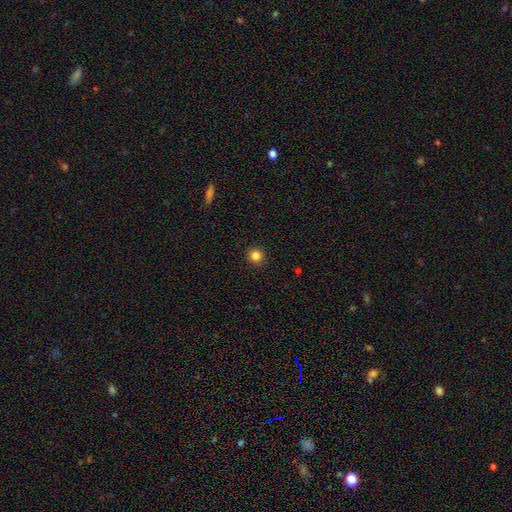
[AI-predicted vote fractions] smooth 84%, star or artifact 12%, featured or disk 4%. Down the decision tree: how rounded — round (93%); merging — none (93%).